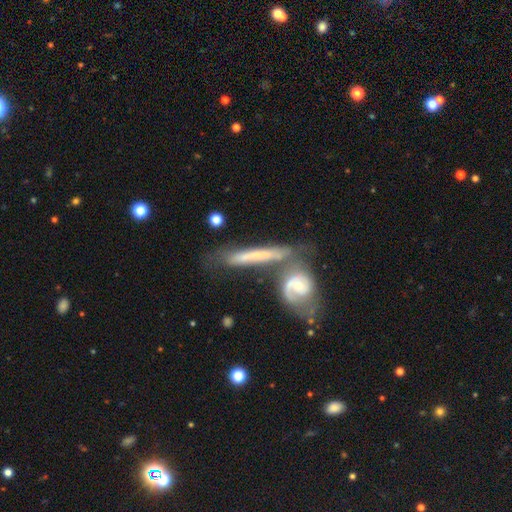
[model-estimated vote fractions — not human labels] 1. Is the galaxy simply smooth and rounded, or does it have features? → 57% featured or disk, 37% smooth, 6% star or artifact.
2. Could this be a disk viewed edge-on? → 61% yes, 39% no.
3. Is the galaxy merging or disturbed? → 42% none, 35% merger, 15% minor disturbance, 8% major disturbance.